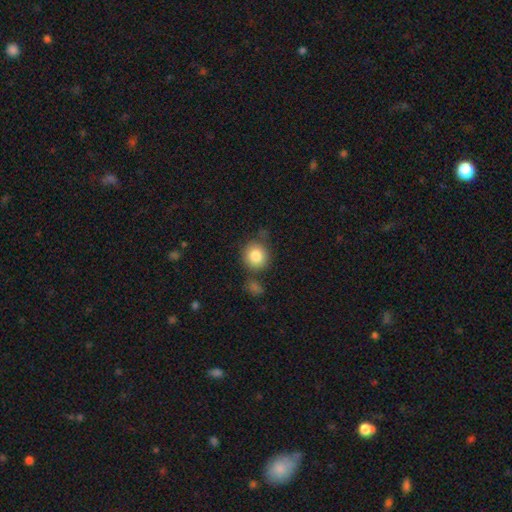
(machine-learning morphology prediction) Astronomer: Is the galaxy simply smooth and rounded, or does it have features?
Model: smooth — 84%.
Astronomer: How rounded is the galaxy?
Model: round — 87%.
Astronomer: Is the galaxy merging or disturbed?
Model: none — 68%.